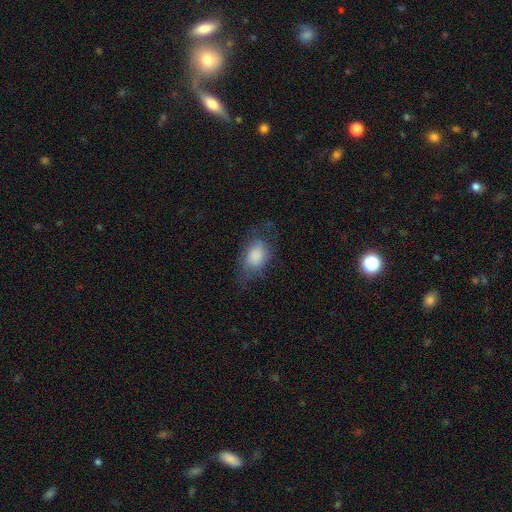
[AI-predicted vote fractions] Overall: smooth (68%). How rounded: in between (83%). Merging: none (56%; minor disturbance 24%).